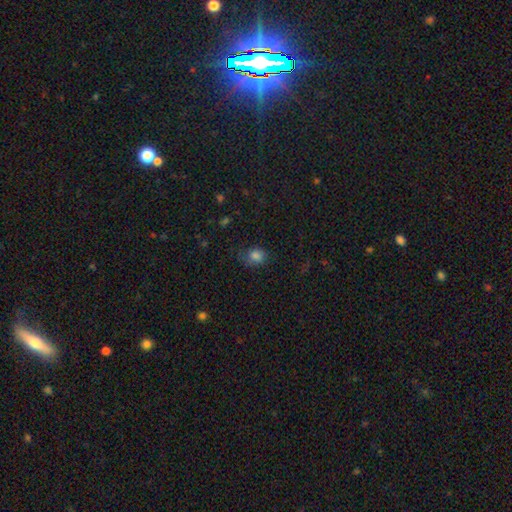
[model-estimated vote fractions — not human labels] This appears to be a smooth galaxy with no disk features (80%) that is round (55%). Merging: none (62%).